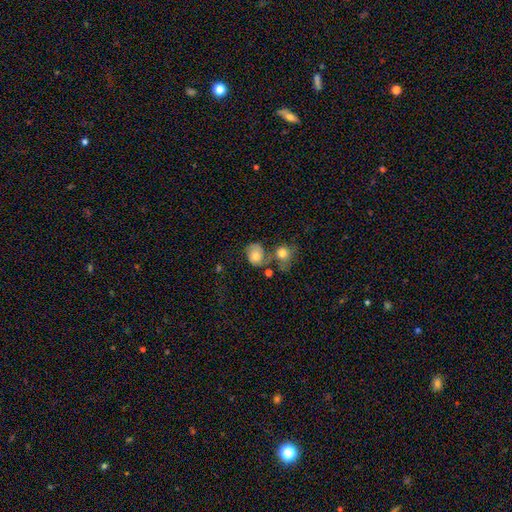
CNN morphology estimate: A smooth galaxy with no disk features (70%) that is round (58%). Merging: none (36%).